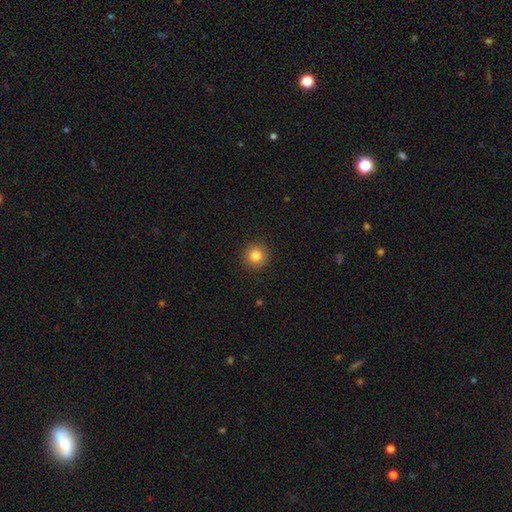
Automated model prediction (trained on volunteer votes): Q: Smooth or featured?
A: smooth (83%); runner-up: star or artifact (10%)
Q: How rounded?
A: round (94%); runner-up: in between (5%)
Q: Merging?
A: none (91%); runner-up: minor disturbance (6%)